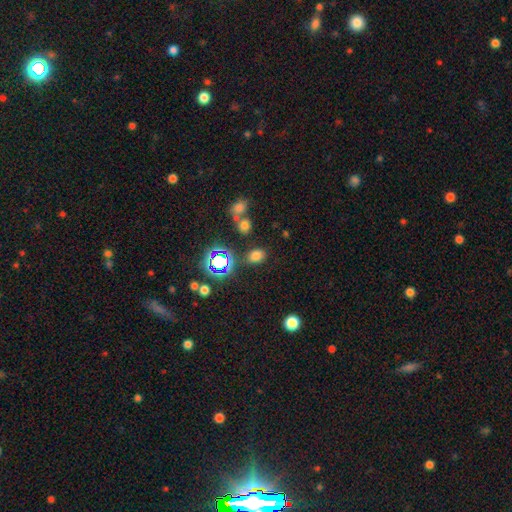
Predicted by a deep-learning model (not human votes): Smooth or featured? smooth (70%)
How rounded? in between (59%)
Merging? none (79%)